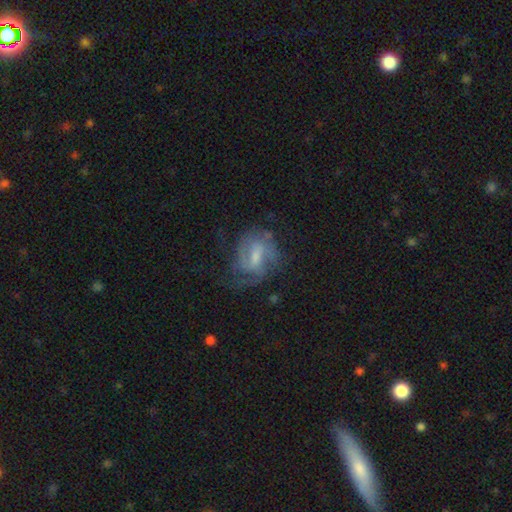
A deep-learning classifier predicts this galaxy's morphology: The model was most divided on "spiral arm count": 2: 36%, can't tell: 33%, 3: 17%, 1: 7%, 4: 4%, more than 4: 3%. Remaining: edge-on disk — no (96%); spiral arms — yes (84%); smooth or featured — featured or disk (72%); bar — weak (55%); merging — none (52%); spiral winding — medium (44%); bulge size — moderate (42%).